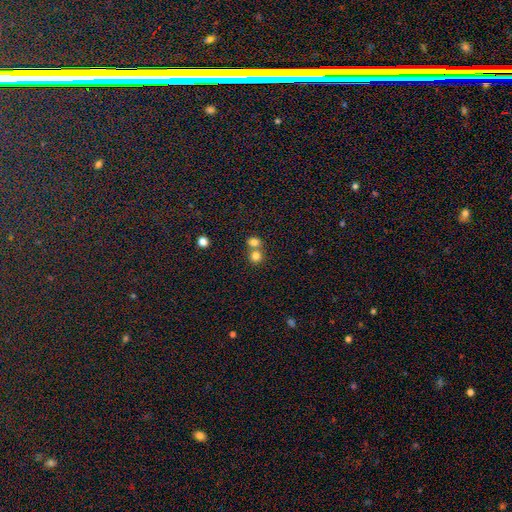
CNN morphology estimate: Overall: smooth (79%). How rounded: round (83%). Merging: merger (53%; none 39%).